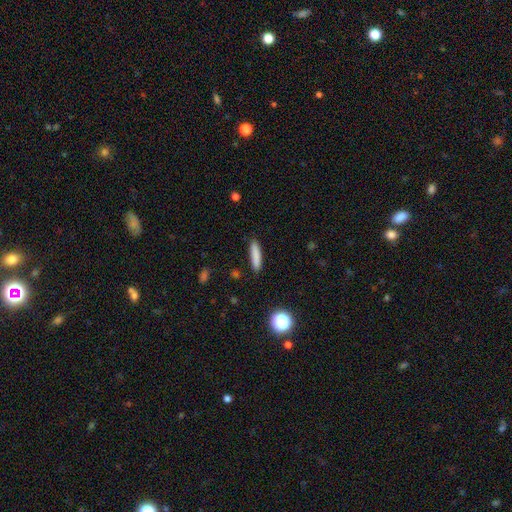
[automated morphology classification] type=smooth (84%); roundness=cigar-shaped (83%); merging=none (89%).